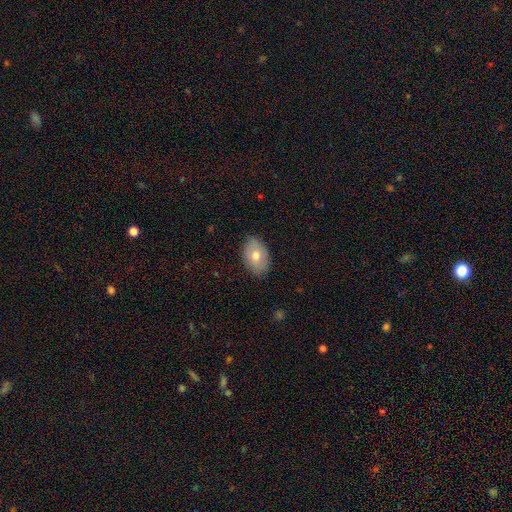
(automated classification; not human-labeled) A smooth galaxy with no disk features (72%) that is in between round and cigar-shaped (84%). Merging: none (84%).